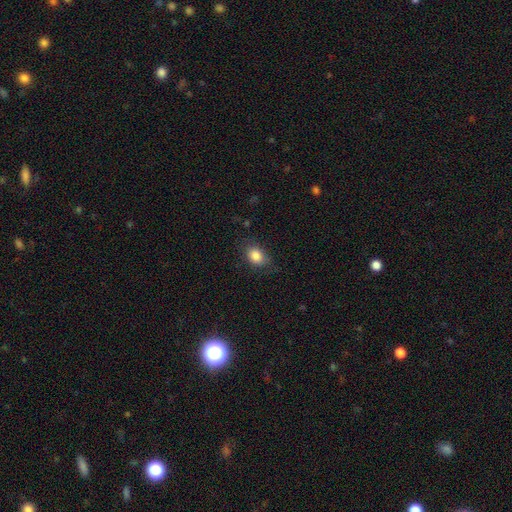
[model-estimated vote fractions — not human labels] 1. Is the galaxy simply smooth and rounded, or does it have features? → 85% smooth, 9% star or artifact, 7% featured or disk.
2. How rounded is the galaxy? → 69% in between, 30% round, 1% cigar-shaped.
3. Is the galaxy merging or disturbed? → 76% none, 18% minor disturbance, 5% major disturbance, 1% merger.